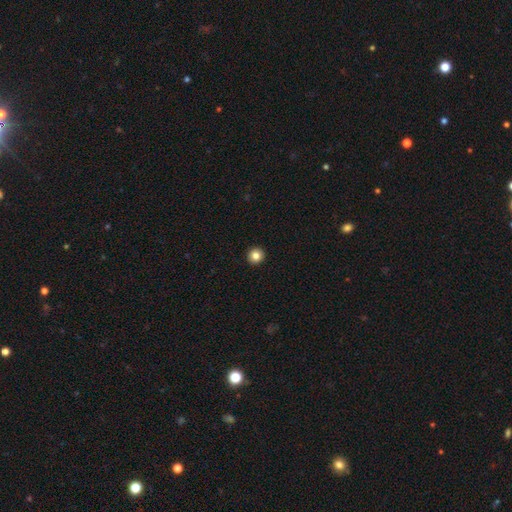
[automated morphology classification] Smooth or featured? Predicted: smooth (p=0.84). How rounded? Predicted: round (p=0.94). Merging? Predicted: none (p=0.94).